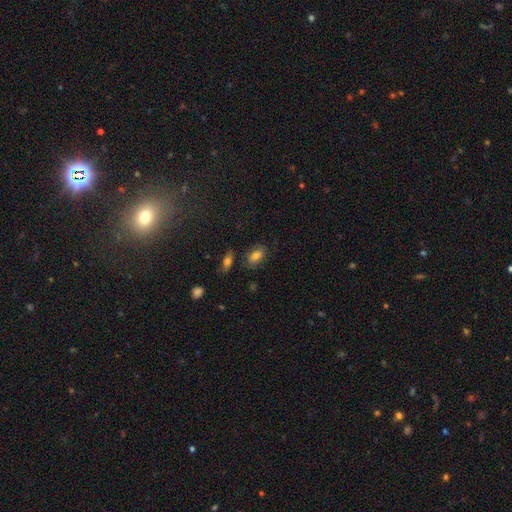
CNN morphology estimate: Smooth or featured: smooth — 75% (featured or disk — 15%)
How rounded: in between — 87% (round — 10%)
Merging: none — 75% (minor disturbance — 15%)